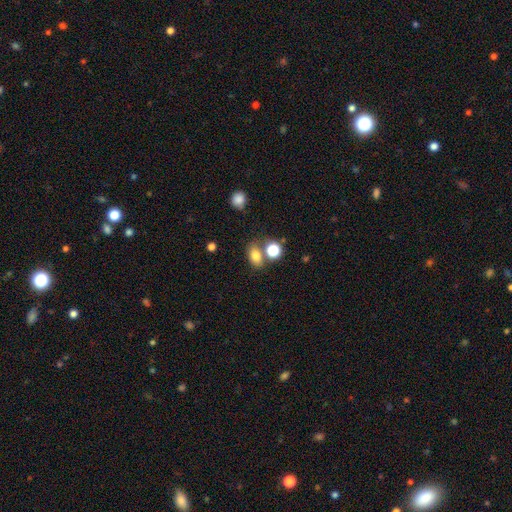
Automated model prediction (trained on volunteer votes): A smooth galaxy with no disk features (78%) that is in between round and cigar-shaped (72%). Merging: none (61%).